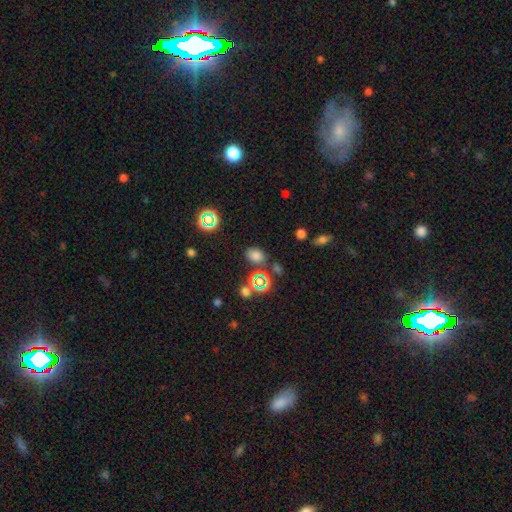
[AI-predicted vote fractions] smooth_or_featured: smooth (p=0.69) [alt: star or artifact p=0.24]
how_rounded: in between (p=0.59) [alt: round p=0.39]
merging: none (p=0.74) [alt: minor disturbance p=0.13]